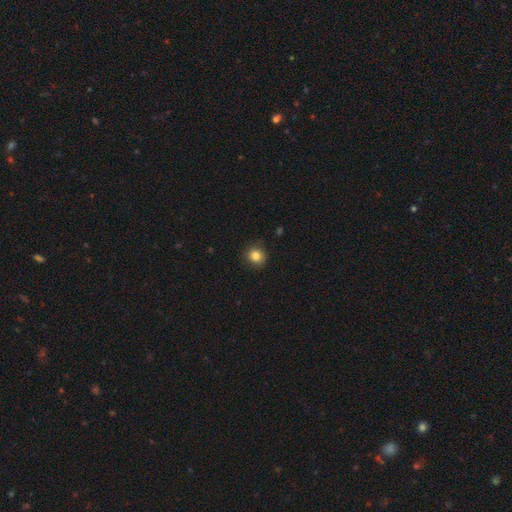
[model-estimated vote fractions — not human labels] Smooth or featured?
  - smooth: 84% *
  - star or artifact: 11%
  - featured or disk: 5%
How rounded?
  - round: 90% *
  - in between: 9%
  - cigar-shaped: 1%
Merging?
  - none: 88% *
  - minor disturbance: 9%
  - major disturbance: 2%
  - merger: 1%